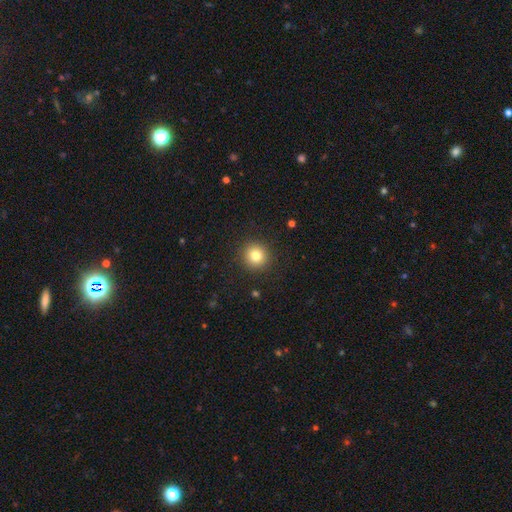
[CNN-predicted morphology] A smooth galaxy with no disk features (81%) that is round (93%). Merging: none (91%).